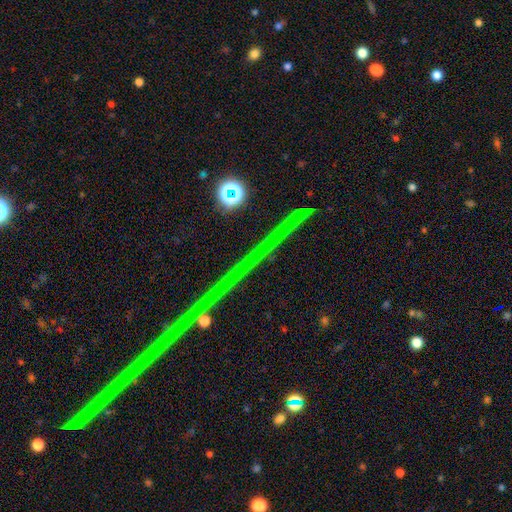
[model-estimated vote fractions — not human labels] This is likely a star or artifact rather than a galaxy (79%).